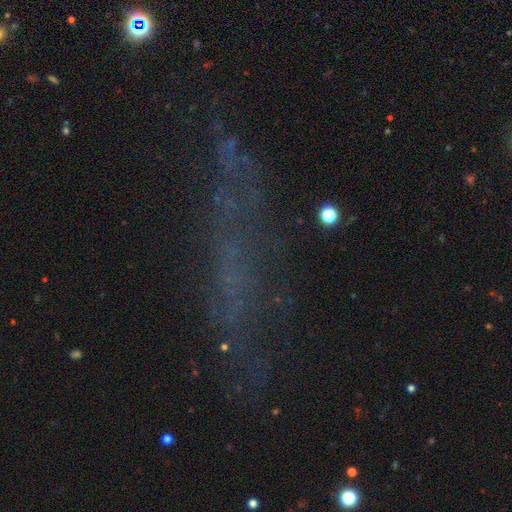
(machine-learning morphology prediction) A star or artifact, not a galaxy (38%).